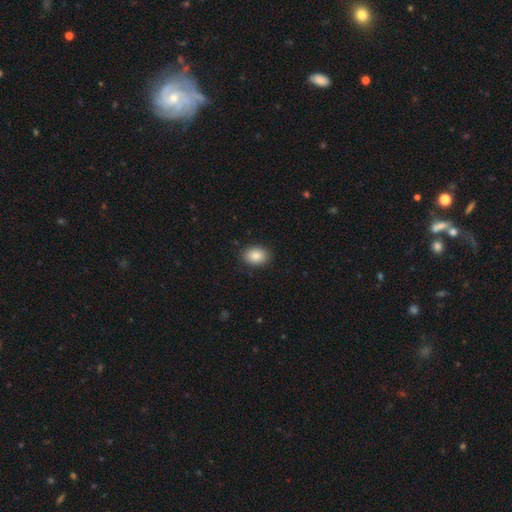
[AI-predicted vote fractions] A smooth galaxy with no disk features (87%) that is in between round and cigar-shaped (74%). Merging: none (89%).